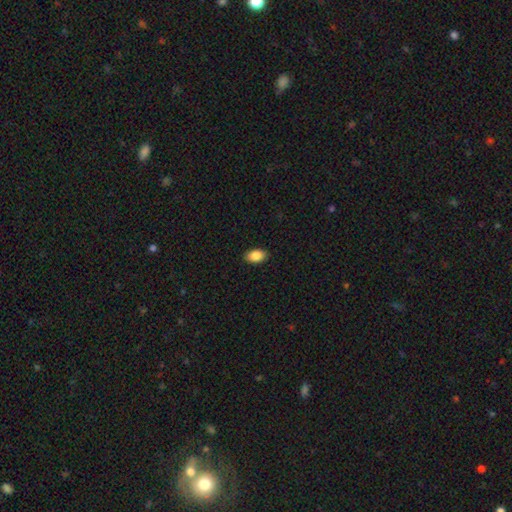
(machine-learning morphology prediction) Q: Smooth or featured?
A: smooth (87%); runner-up: star or artifact (8%)
Q: How rounded?
A: in between (91%); runner-up: round (7%)
Q: Merging?
A: none (90%); runner-up: minor disturbance (8%)